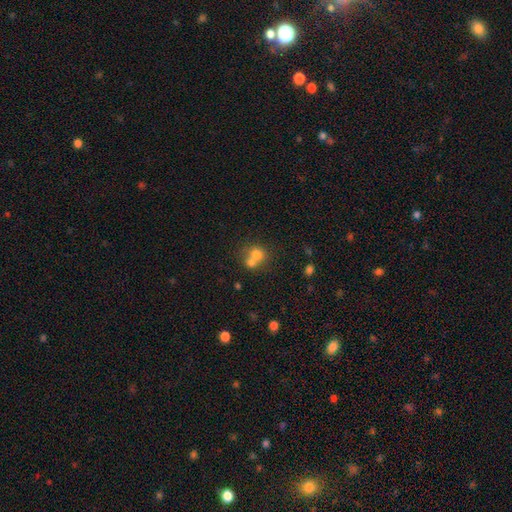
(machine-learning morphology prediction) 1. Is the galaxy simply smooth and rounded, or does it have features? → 71% smooth, 15% featured or disk, 14% star or artifact.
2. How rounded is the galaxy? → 81% round, 18% in between, 1% cigar-shaped.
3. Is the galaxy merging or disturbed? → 55% merger, 35% none, 6% minor disturbance, 3% major disturbance.